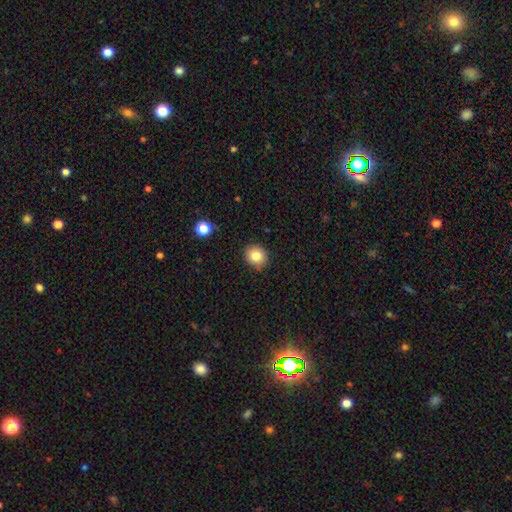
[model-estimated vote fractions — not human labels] smooth_or_featured: smooth (p=0.82) [alt: star or artifact p=0.11]
how_rounded: round (p=0.79) [alt: in between p=0.20]
merging: none (p=0.88) [alt: minor disturbance p=0.09]